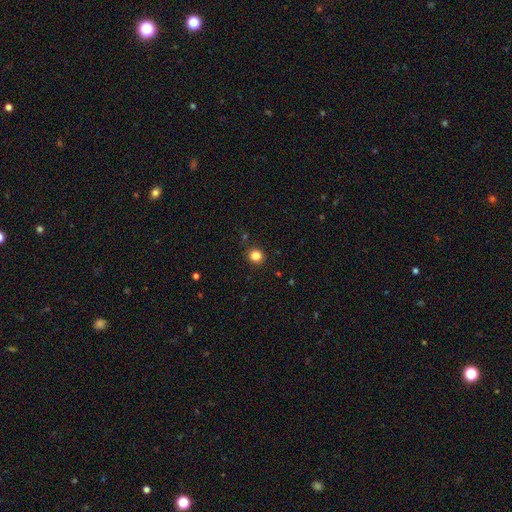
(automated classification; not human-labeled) Smooth or featured? Predicted: smooth (p=0.84). How rounded? Predicted: round (p=0.87). Merging? Predicted: none (p=0.89).